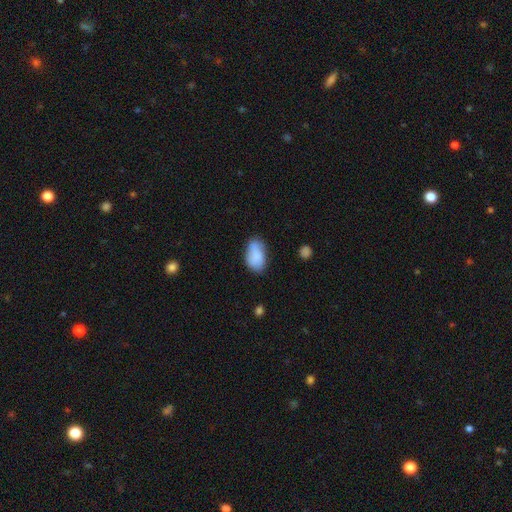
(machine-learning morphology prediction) This appears to be a smooth galaxy with no disk features (83%) that is in between round and cigar-shaped (93%). Merging: none (64%).